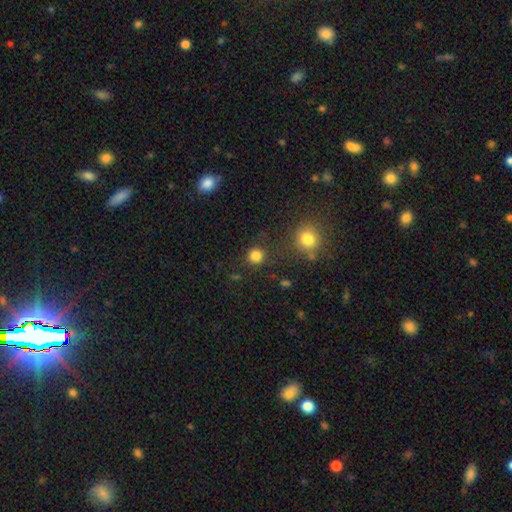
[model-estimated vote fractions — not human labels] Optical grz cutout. It shows a smooth galaxy with no disk features (82%) that is round (92%). Merging: none (84%).